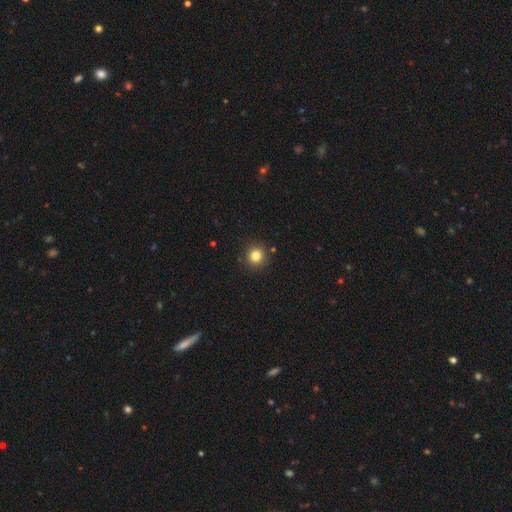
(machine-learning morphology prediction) Overall: smooth (82%). How rounded: round (92%). Merging: none (90%).